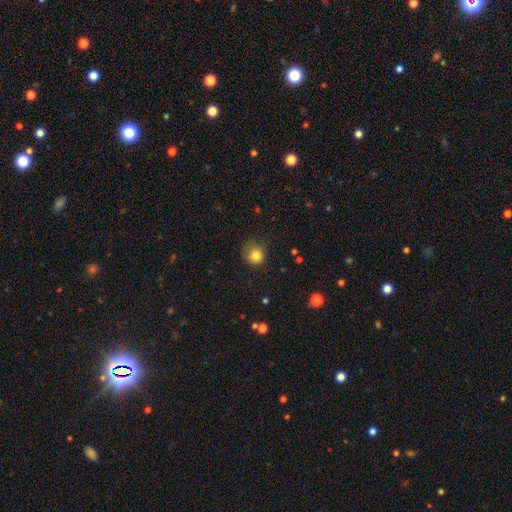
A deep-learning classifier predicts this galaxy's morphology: type=smooth (82%); roundness=round (84%); merging=none (61%).